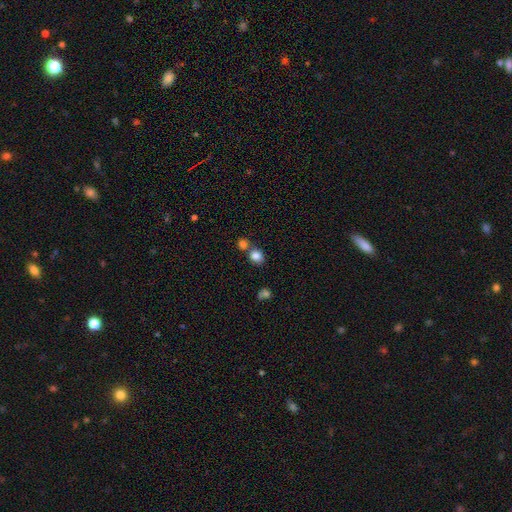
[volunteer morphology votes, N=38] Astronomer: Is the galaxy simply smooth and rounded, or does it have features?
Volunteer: smooth — 84%.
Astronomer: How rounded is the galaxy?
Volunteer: round — 78%.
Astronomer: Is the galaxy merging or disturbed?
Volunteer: none — 65%.